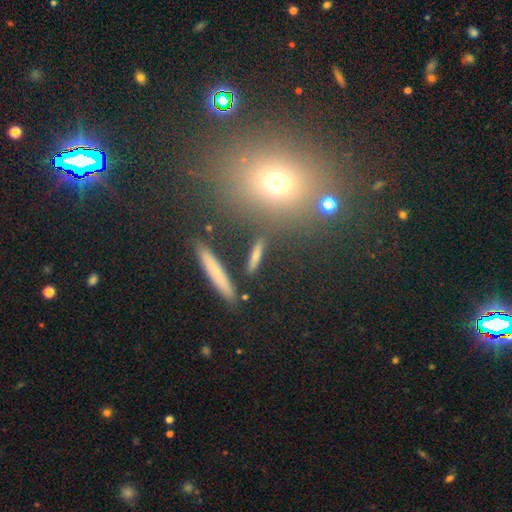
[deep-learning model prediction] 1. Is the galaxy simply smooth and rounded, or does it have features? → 66% smooth, 21% featured or disk, 13% star or artifact.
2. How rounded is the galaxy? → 79% cigar-shaped, 16% in between, 5% round.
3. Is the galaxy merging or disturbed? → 83% none, 9% minor disturbance, 4% merger, 3% major disturbance.